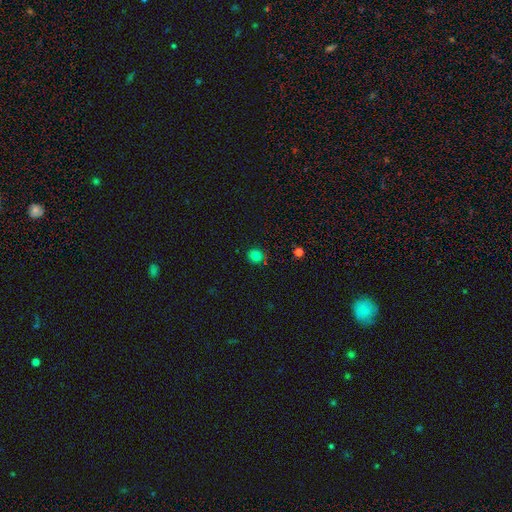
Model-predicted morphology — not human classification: smooth_or_featured: smooth (p=0.81) [alt: star or artifact p=0.15]
how_rounded: round (p=0.87) [alt: in between p=0.12]
merging: none (p=0.85) [alt: minor disturbance p=0.10]